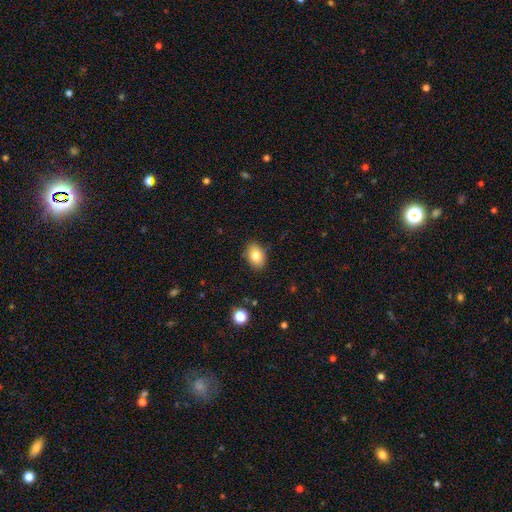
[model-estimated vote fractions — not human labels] This is clearly a smooth galaxy (82%). How rounded: likely in between (79%). Merging: clearly none (85%).